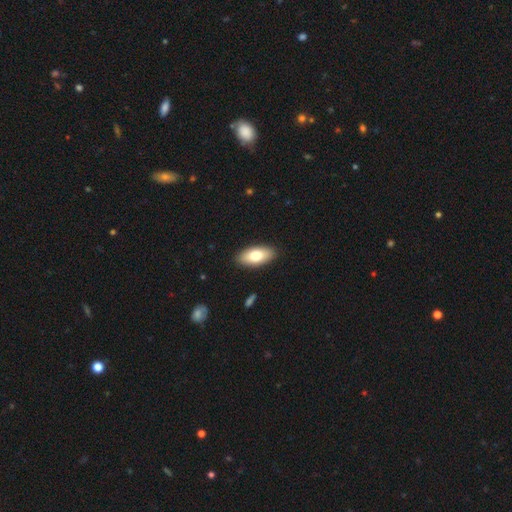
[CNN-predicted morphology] This appears to be a smooth galaxy with no disk features (75%) that is in between round and cigar-shaped (89%). Merging: none (90%).